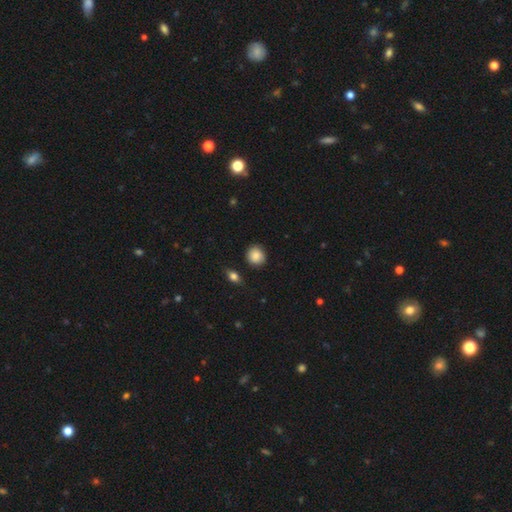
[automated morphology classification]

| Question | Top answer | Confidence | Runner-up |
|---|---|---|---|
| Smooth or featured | smooth | 87% | star or artifact (8%) |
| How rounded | round | 87% | in between (12%) |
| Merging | none | 85% | minor disturbance (11%) |